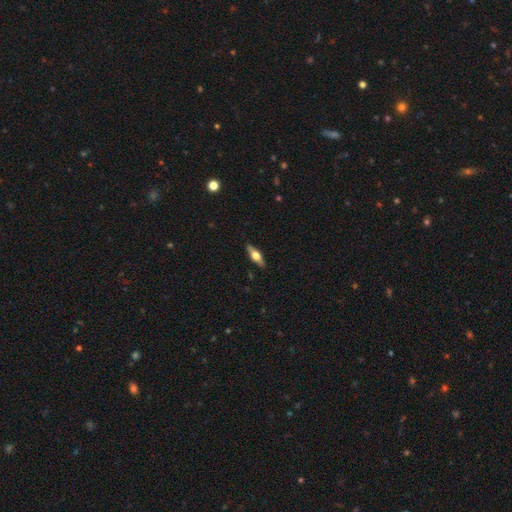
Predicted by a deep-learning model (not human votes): This appears to be a featured or disk galaxy (52%) viewed edge-on (91%). Merging: none (88%).